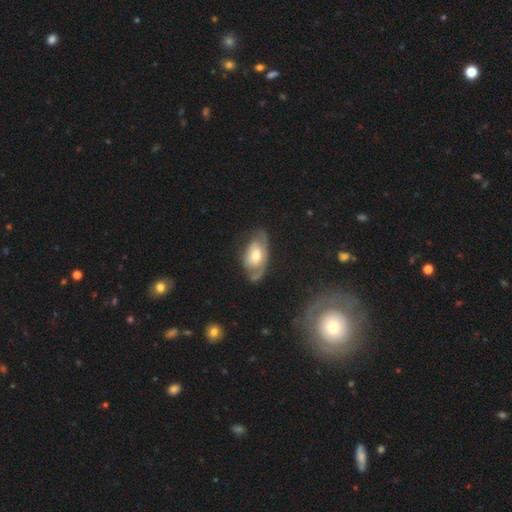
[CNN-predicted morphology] This appears to be a featured or disk galaxy (60%) with no bar (74%), spiral arms (63%) and a moderate central bulge (68%). Merging: none (56%).